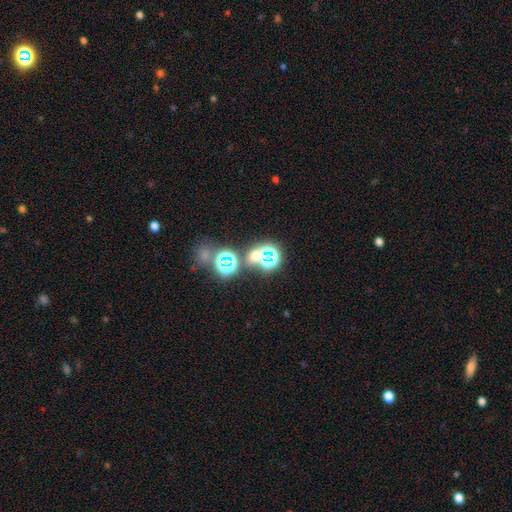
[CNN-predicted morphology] Smooth or featured?
  - star or artifact: 57% *
  - smooth: 34%
  - featured or disk: 9%